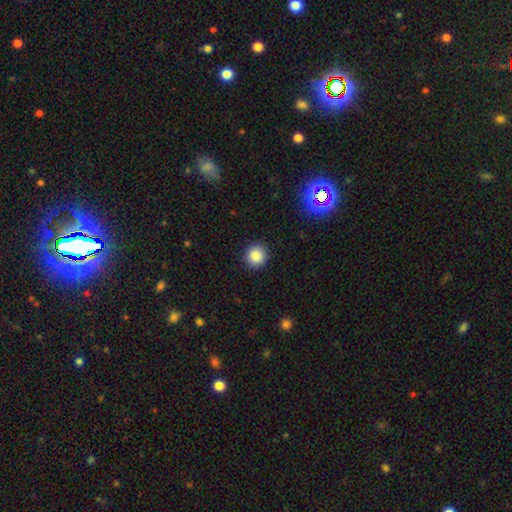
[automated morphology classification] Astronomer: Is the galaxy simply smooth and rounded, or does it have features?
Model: smooth — 86%.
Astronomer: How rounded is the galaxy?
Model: round — 93%.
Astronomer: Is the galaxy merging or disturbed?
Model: none — 92%.